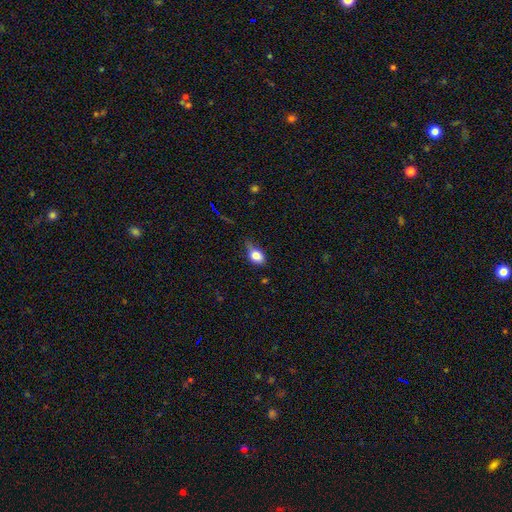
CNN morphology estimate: The model was most divided on "merging": none: 45%, minor disturbance: 40%, major disturbance: 12%, merger: 3%. More confident: smooth or featured — smooth (80%); how rounded — in between (74%).